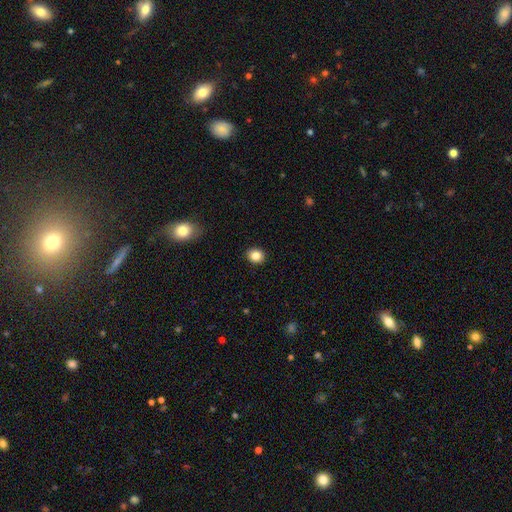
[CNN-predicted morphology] Smooth or featured? smooth (84%)
How rounded? round (77%)
Merging? none (91%)